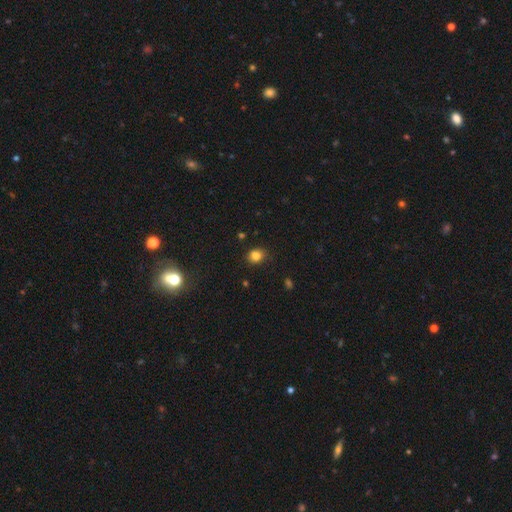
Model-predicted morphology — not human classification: A smooth galaxy with no disk features (83%) that is round (61%). Merging: none (80%).